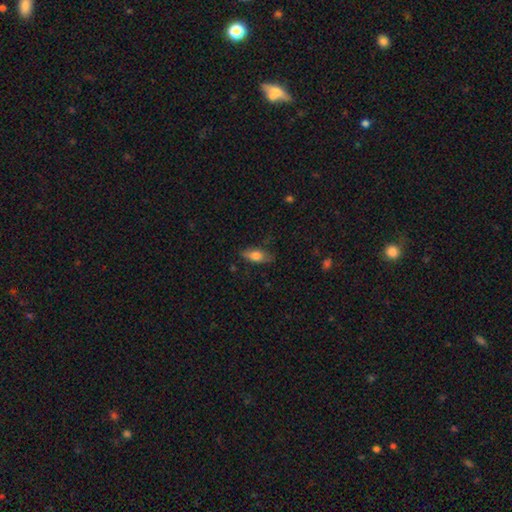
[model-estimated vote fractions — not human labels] smooth 72%, featured or disk 20%, star or artifact 7%. Down the decision tree: how rounded — in between (79%); merging — none (77%).